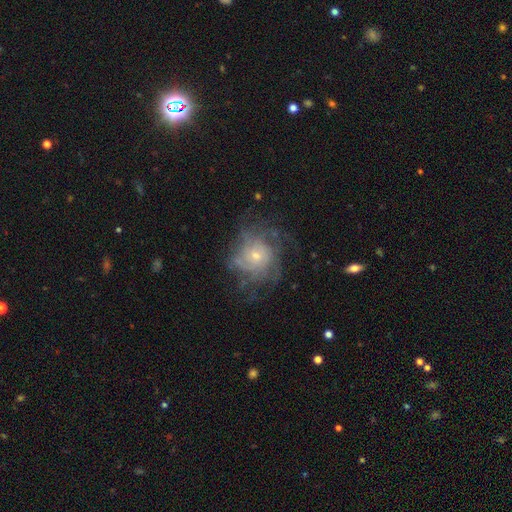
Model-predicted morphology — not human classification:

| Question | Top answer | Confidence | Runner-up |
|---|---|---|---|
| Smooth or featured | featured or disk | 68% | smooth (20%) |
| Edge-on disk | no | 97% | yes (3%) |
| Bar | no | 82% | weak (16%) |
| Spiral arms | yes | 78% | no (22%) |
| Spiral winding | tight | 54% | medium (31%) |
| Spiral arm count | can't tell | 55% | 4 (13%) |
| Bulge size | small | 62% | moderate (32%) |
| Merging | none | 63% | minor disturbance (19%) |